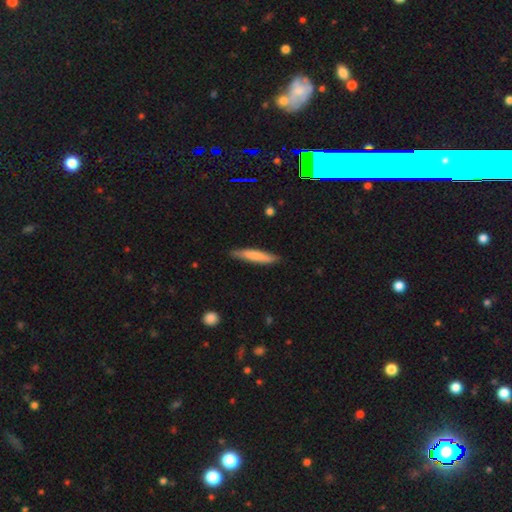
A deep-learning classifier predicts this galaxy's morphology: Q: Smooth or featured?
A: smooth (74%); runner-up: featured or disk (21%)
Q: How rounded?
A: cigar-shaped (89%); runner-up: in between (9%)
Q: Merging?
A: none (82%); runner-up: minor disturbance (15%)